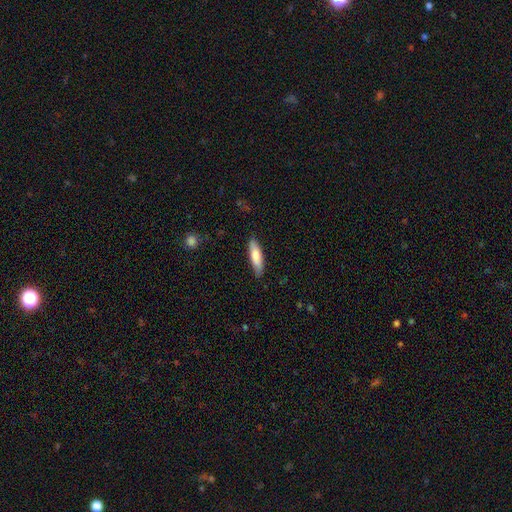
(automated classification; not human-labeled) Morphology: type=smooth (78%); roundness=cigar-shaped (60%); merging=none (84%).